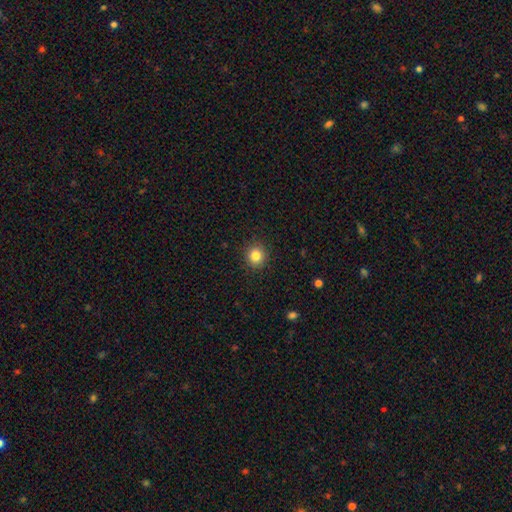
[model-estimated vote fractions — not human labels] Q: Smooth or featured?
A: smooth (84%); runner-up: star or artifact (11%)
Q: How rounded?
A: round (91%); runner-up: in between (8%)
Q: Merging?
A: none (91%); runner-up: minor disturbance (6%)